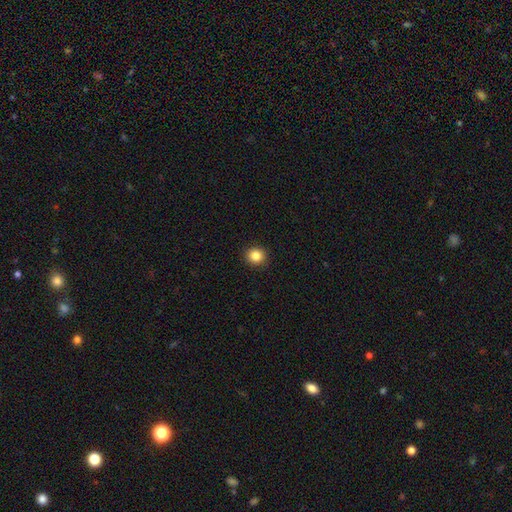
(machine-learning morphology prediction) smooth_or_featured: smooth (p=0.85) [alt: star or artifact p=0.11]
how_rounded: round (p=0.89) [alt: in between p=0.10]
merging: none (p=0.93) [alt: minor disturbance p=0.05]